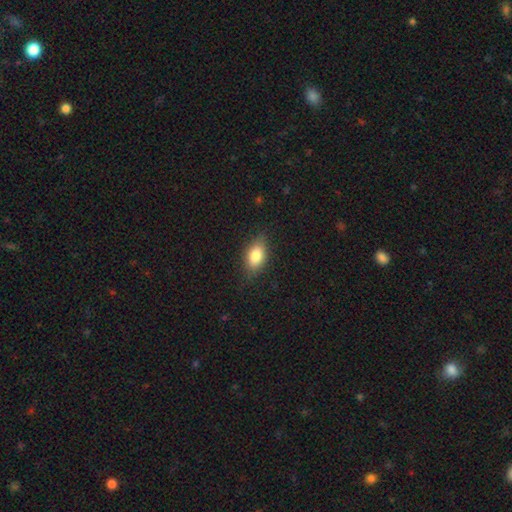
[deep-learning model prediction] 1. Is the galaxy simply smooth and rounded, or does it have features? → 82% smooth, 11% featured or disk, 8% star or artifact.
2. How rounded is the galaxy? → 87% in between, 8% round, 6% cigar-shaped.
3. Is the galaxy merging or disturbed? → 80% none, 15% minor disturbance, 3% major disturbance, 1% merger.